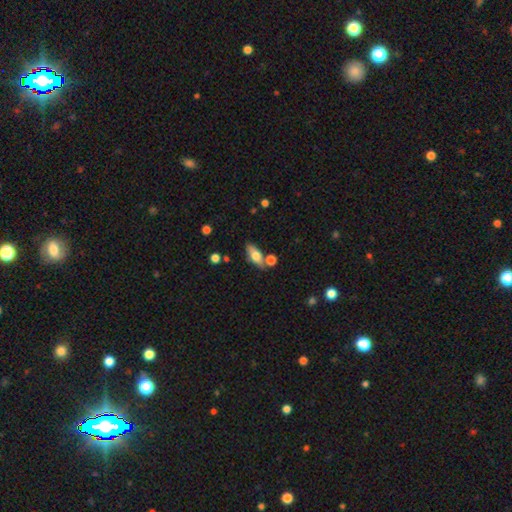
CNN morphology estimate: Overall: smooth (59%; featured or disk 33%). How rounded: in between (71%). Merging: none (69%).